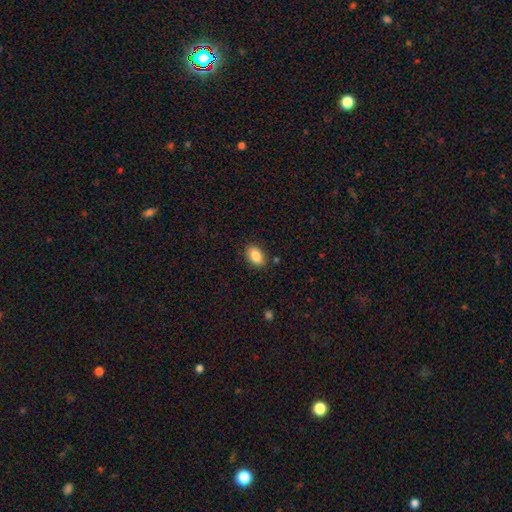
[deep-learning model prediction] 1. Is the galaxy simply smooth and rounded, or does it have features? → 87% smooth, 8% star or artifact, 6% featured or disk.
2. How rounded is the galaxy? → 90% in between, 8% round, 2% cigar-shaped.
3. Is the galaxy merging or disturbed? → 86% none, 10% minor disturbance, 2% major disturbance, 2% merger.